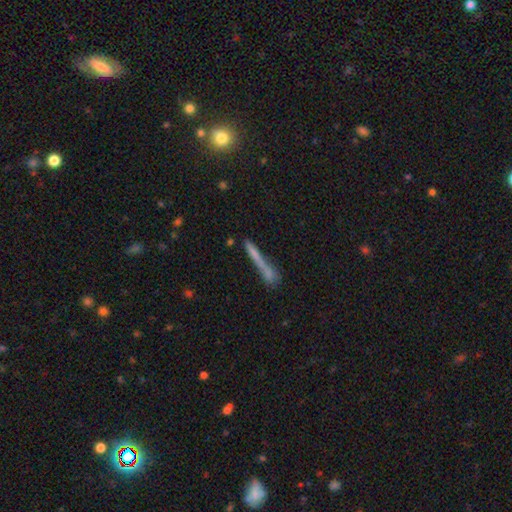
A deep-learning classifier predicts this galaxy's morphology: This appears to be a smooth galaxy with no disk features (64%) that is cigar-shaped (92%). Merging: none (49%).